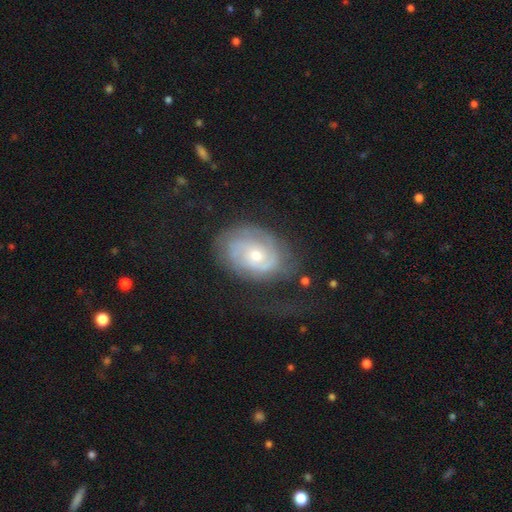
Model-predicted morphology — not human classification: This appears to be a featured or disk galaxy (79%) with no bar (71%), 2 (39%) tight (61%) spiral arms (92%) and a moderate central bulge (49%). Merging: none (55%).